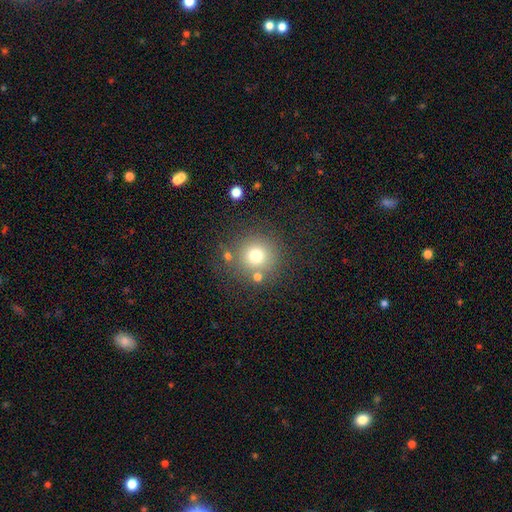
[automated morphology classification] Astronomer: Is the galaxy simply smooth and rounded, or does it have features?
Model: smooth — 74%.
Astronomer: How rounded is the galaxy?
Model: round — 94%.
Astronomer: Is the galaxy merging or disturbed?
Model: none — 79%.